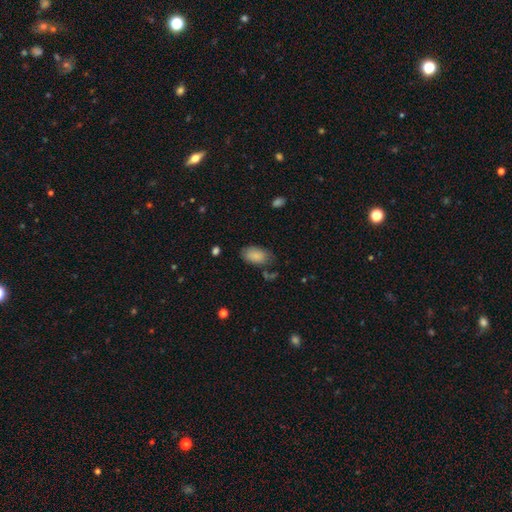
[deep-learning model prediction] Q: Smooth or featured?
A: smooth (87%); runner-up: star or artifact (7%)
Q: How rounded?
A: in between (94%); runner-up: round (5%)
Q: Merging?
A: none (73%); runner-up: minor disturbance (19%)